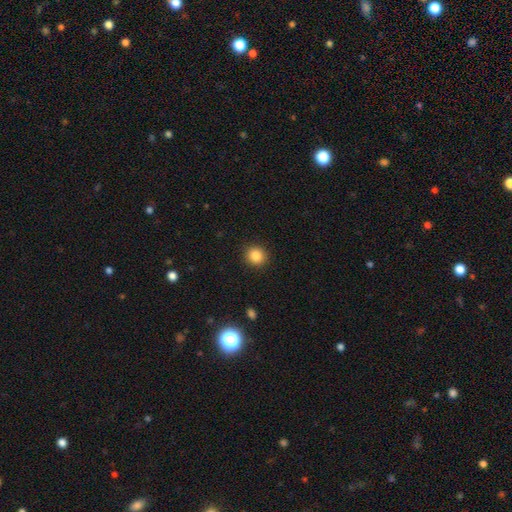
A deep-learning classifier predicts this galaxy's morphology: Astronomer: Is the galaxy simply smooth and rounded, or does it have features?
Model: smooth — 85%.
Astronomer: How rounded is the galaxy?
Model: round — 86%.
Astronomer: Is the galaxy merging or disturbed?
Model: none — 91%.